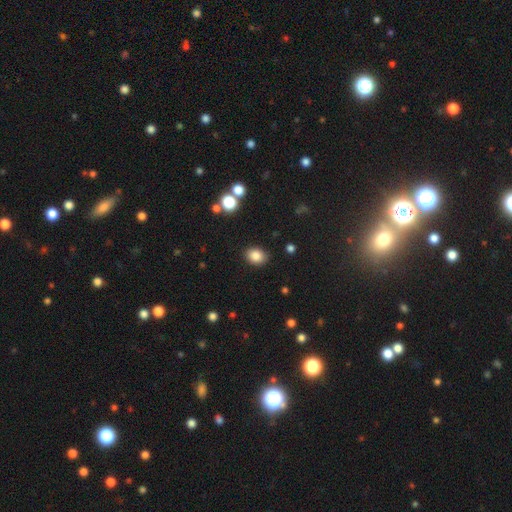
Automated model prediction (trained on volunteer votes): A smooth galaxy with no disk features (85%) that is in between round and cigar-shaped (58%). Merging: none (86%).